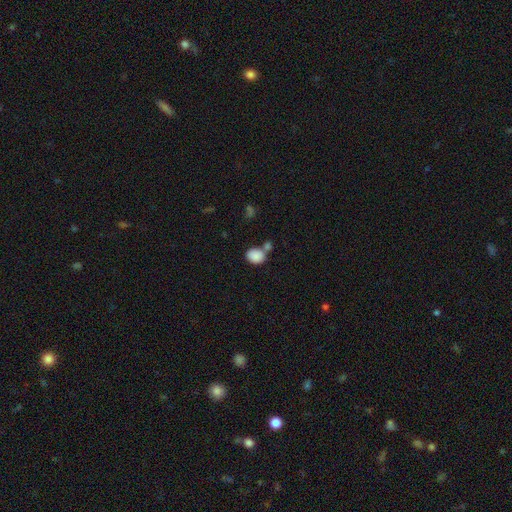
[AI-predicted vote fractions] Smooth or featured?
  - smooth: 87% *
  - star or artifact: 8%
  - featured or disk: 5%
How rounded?
  - in between: 51% *
  - round: 47%
  - cigar-shaped: 1%
Merging?
  - none: 51% *
  - merger: 32%
  - minor disturbance: 13%
  - major disturbance: 5%